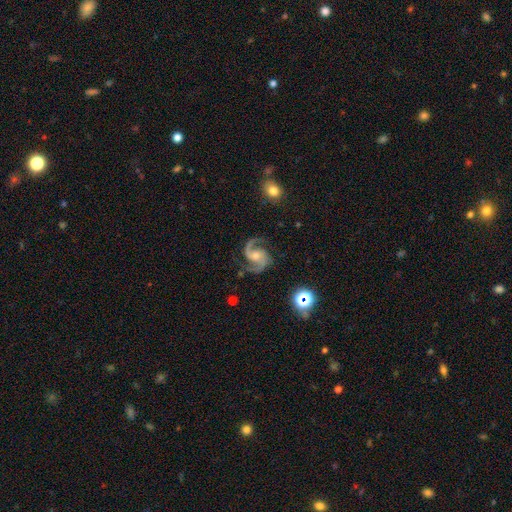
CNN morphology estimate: A featured or disk galaxy (93%) with no bar (57%), 2 (89%) medium (65%) spiral arms (99%) and a moderate central bulge (49%). Merging: none (77%).